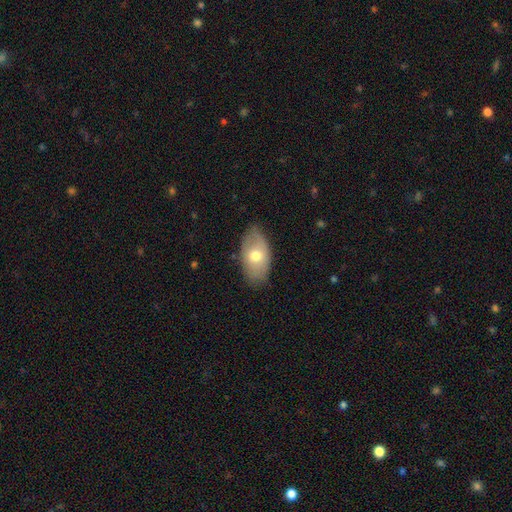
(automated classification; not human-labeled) smooth 65%, featured or disk 28%, star or artifact 7%. Down the decision tree: how rounded — in between (92%); merging — none (75%).